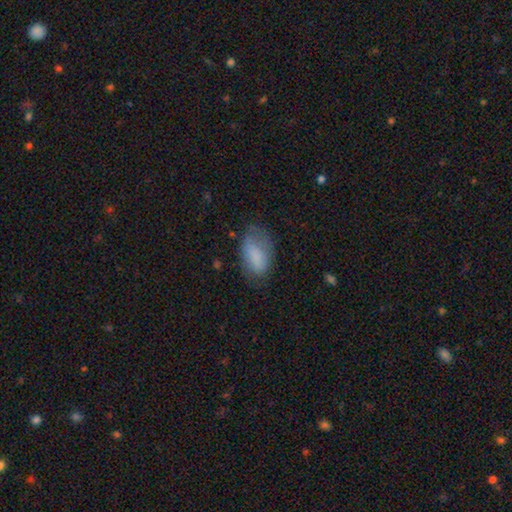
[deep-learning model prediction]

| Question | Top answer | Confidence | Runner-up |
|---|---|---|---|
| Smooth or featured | smooth | 77% | featured or disk (15%) |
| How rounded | in between | 92% | round (6%) |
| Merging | none | 51% | minor disturbance (30%) |